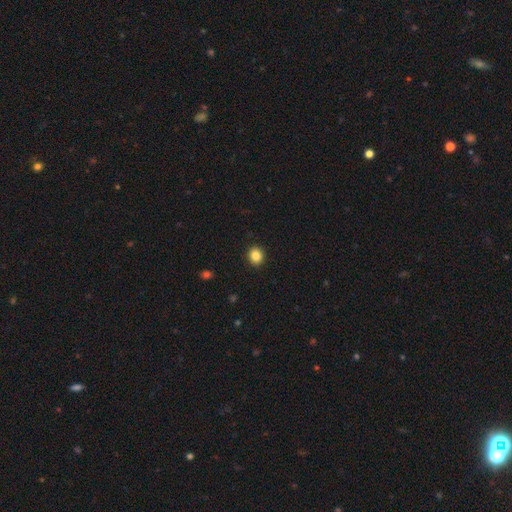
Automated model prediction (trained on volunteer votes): The model was most divided on "how rounded": round: 79%, in between: 20%, cigar-shaped: 1%. More confident: merging — none (92%); smooth or featured — smooth (85%).